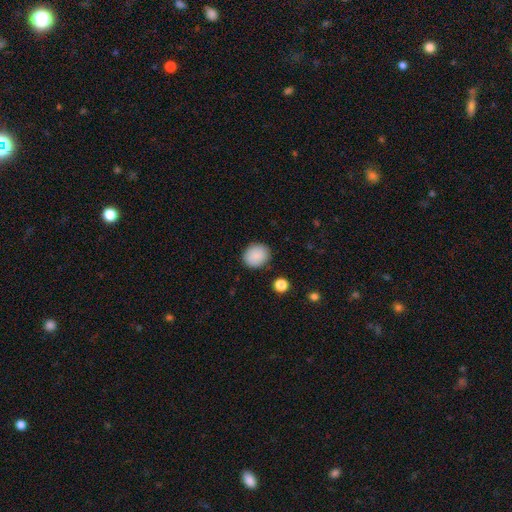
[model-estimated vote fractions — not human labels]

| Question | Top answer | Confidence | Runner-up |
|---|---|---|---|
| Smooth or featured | smooth | 89% | star or artifact (8%) |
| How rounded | round | 71% | in between (28%) |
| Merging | none | 87% | minor disturbance (9%) |